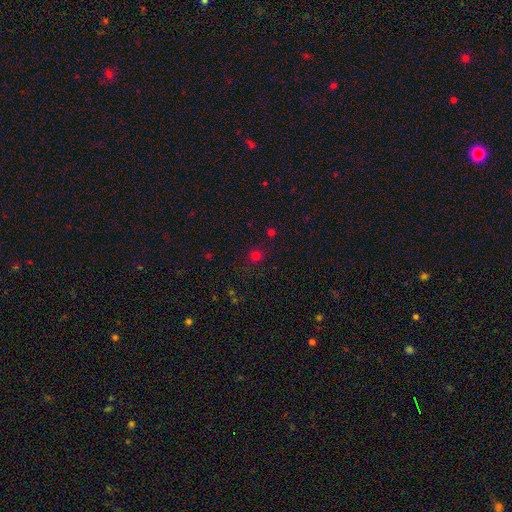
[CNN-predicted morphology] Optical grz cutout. It shows a smooth galaxy with no disk features (69%) that is round (89%). Merging: none (84%).